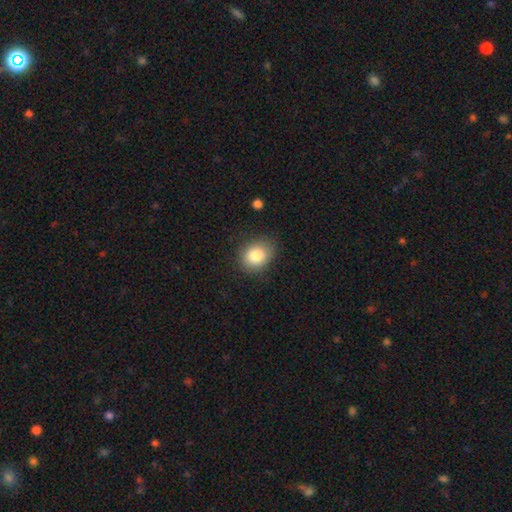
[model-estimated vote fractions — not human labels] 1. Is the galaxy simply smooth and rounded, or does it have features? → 83% smooth, 9% star or artifact, 8% featured or disk.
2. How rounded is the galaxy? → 56% round, 43% in between, 1% cigar-shaped.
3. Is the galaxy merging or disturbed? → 81% none, 14% minor disturbance, 4% major disturbance, 1% merger.